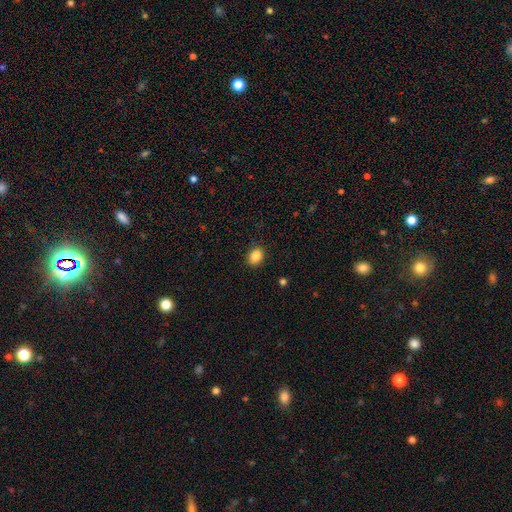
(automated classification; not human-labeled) smooth 87%, star or artifact 9%, featured or disk 4%. Down the decision tree: how rounded — in between (67%); merging — none (86%).